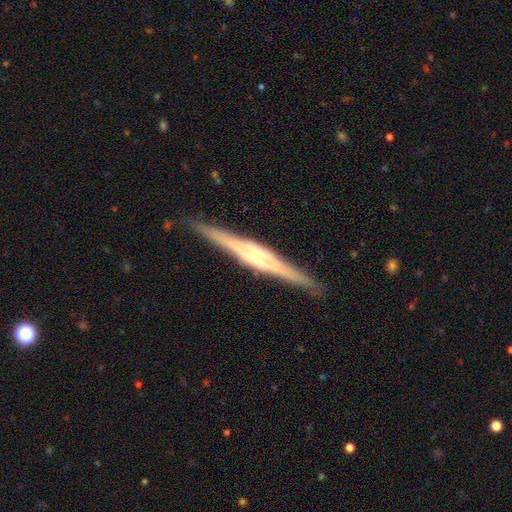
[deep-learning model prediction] Smooth or featured?
  - featured or disk: 84% *
  - smooth: 11%
  - star or artifact: 5%
Edge-on disk?
  - yes: 98% *
  - no: 2%
Edge-on bulge?
  - rounded: 48% *
  - boxy: 44%
  - none: 9%
Merging?
  - none: 90% *
  - minor disturbance: 8%
  - major disturbance: 1%
  - merger: 1%